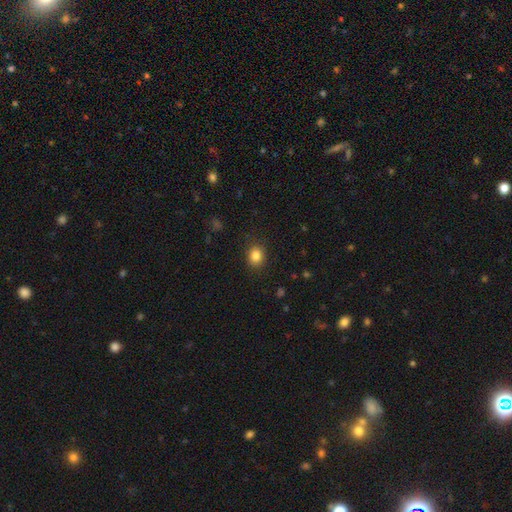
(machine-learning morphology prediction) Q: Smooth or featured?
A: smooth (85%); runner-up: star or artifact (11%)
Q: How rounded?
A: round (61%); runner-up: in between (38%)
Q: Merging?
A: none (88%); runner-up: minor disturbance (8%)